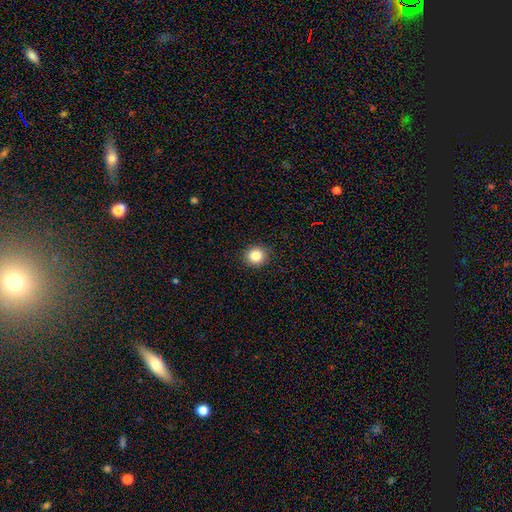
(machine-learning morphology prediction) Smooth or featured: smooth — 84% (star or artifact — 11%)
How rounded: round — 90% (in between — 9%)
Merging: none — 92% (minor disturbance — 6%)